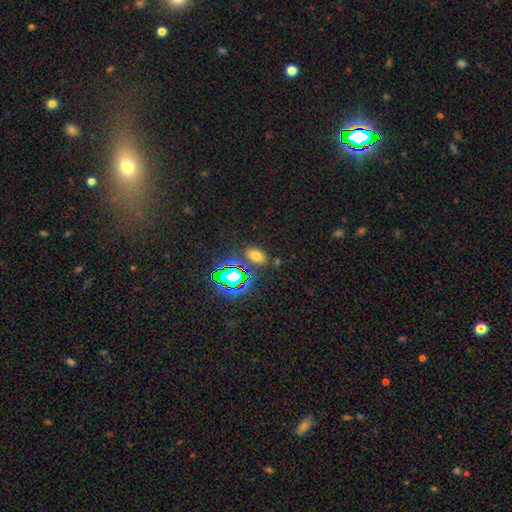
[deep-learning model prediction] Smooth or featured?
  - smooth: 59% *
  - star or artifact: 31%
  - featured or disk: 9%
How rounded?
  - in between: 86% *
  - round: 12%
  - cigar-shaped: 3%
Merging?
  - none: 79% *
  - minor disturbance: 11%
  - merger: 6%
  - major disturbance: 4%